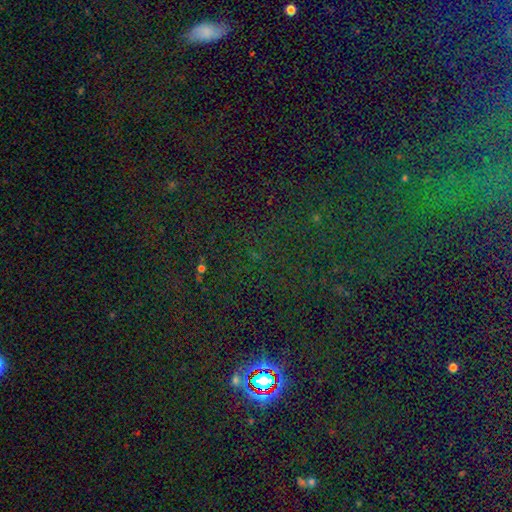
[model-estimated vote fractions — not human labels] A star or artifact, not a galaxy (81%).